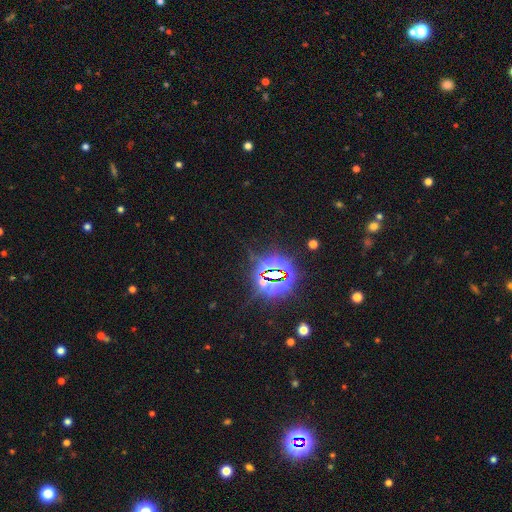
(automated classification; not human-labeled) Smooth or featured: star or artifact — 84% (smooth — 9%)